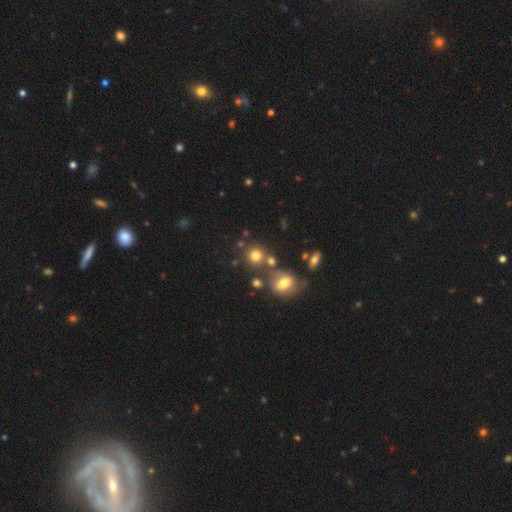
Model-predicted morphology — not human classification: Smooth or featured?
  - smooth: 74% *
  - star or artifact: 15%
  - featured or disk: 10%
How rounded?
  - round: 86% *
  - in between: 12%
  - cigar-shaped: 1%
Merging?
  - none: 66% *
  - merger: 19%
  - minor disturbance: 10%
  - major disturbance: 4%